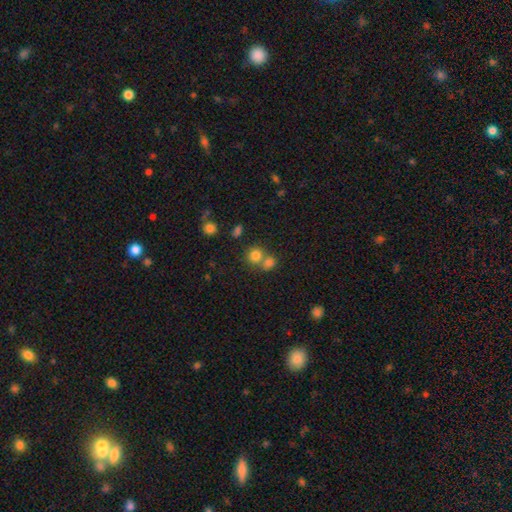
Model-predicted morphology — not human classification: This appears to be a smooth galaxy with no disk features (78%) that is round (86%). Merging: none (48%).